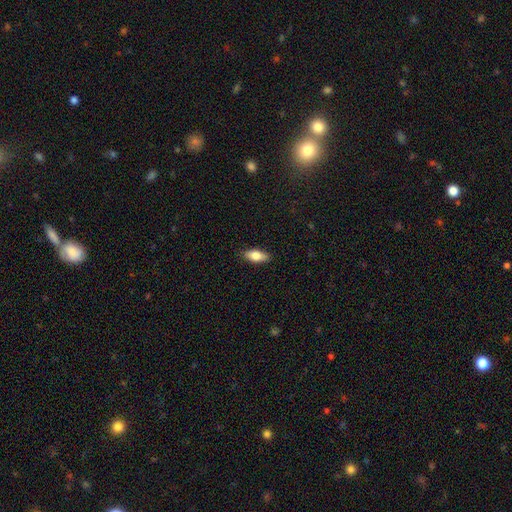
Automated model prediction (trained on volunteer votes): This is likely a smooth galaxy (76%). How rounded: clearly in between (82%). Merging: clearly none (88%).